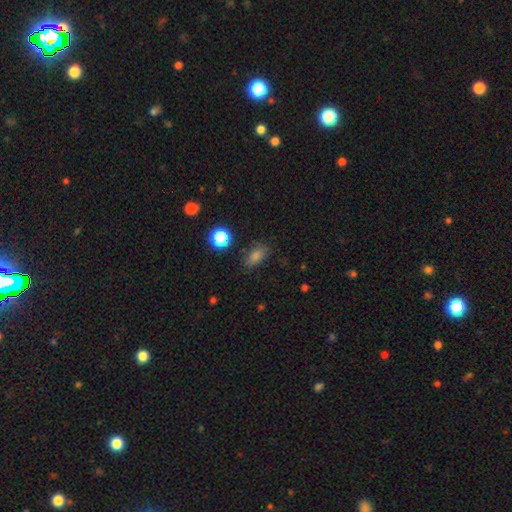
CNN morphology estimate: A smooth galaxy with no disk features (78%) that is in between round and cigar-shaped (81%).

Vote fractions:
- Smooth or featured? smooth: 78% / star or artifact: 16% / featured or disk: 6%
- How rounded? in between: 81% / round: 14% / cigar-shaped: 5%
- Merging? none: 84% / minor disturbance: 11% / major disturbance: 3% / merger: 2%